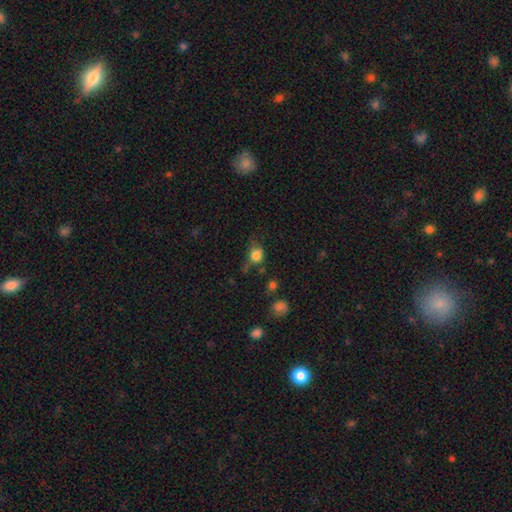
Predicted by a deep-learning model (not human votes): smooth_or_featured: smooth (p=0.77) [alt: star or artifact p=0.12]
how_rounded: round (p=0.67) [alt: in between p=0.32]
merging: none (p=0.44) [alt: minor disturbance p=0.30]